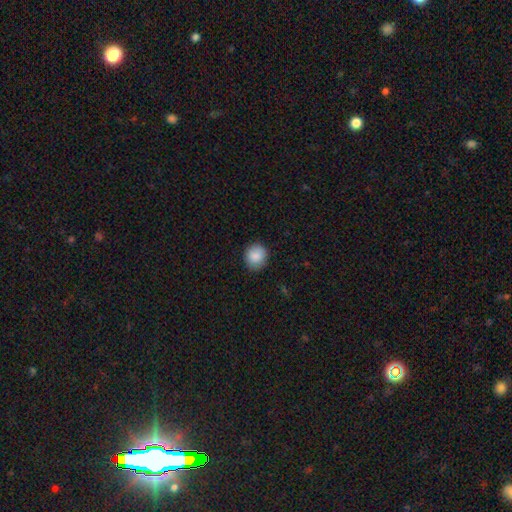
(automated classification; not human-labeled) smooth 87%, star or artifact 8%, featured or disk 5%. Down the decision tree: how rounded — round (81%); merging — none (86%).